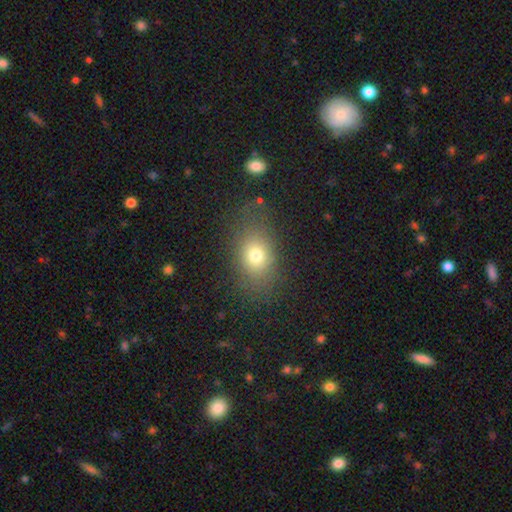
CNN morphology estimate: Smooth or featured? Predicted: smooth (p=0.73). How rounded? Predicted: in between (p=0.71). Merging? Predicted: none (p=0.76).